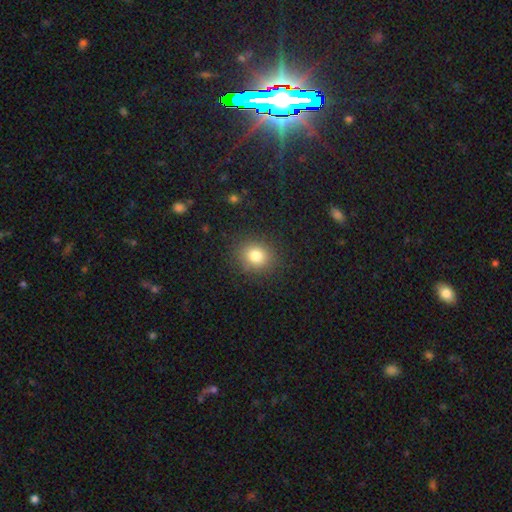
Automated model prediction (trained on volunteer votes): Overall: smooth (81%). How rounded: round (71%). Merging: none (86%).